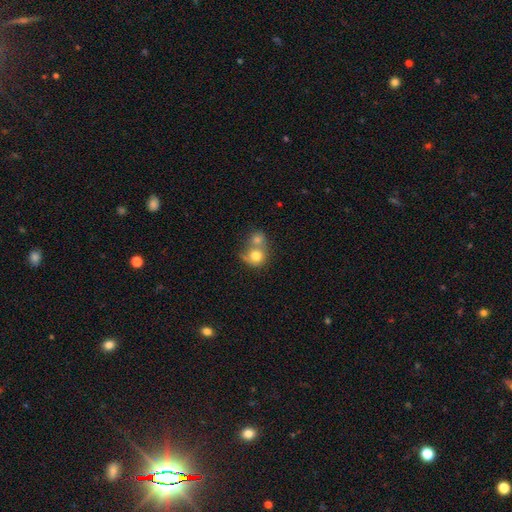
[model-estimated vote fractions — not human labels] Smooth or featured?
  - smooth: 74% *
  - featured or disk: 17%
  - star or artifact: 9%
How rounded?
  - round: 75% *
  - in between: 24%
  - cigar-shaped: 1%
Merging?
  - merger: 67% *
  - none: 21%
  - minor disturbance: 7%
  - major disturbance: 5%